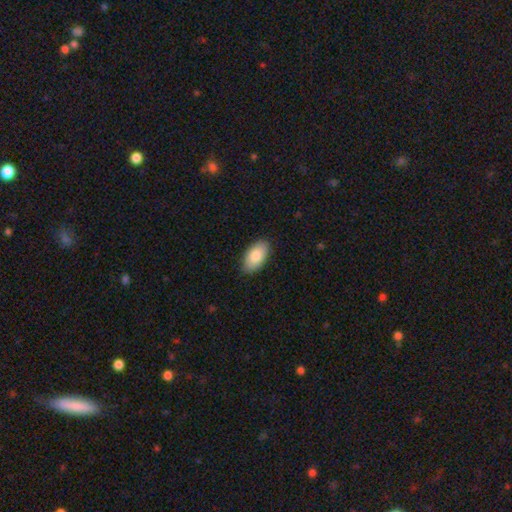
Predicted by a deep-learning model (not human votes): Overall: smooth (84%). How rounded: in between (95%). Merging: none (87%).